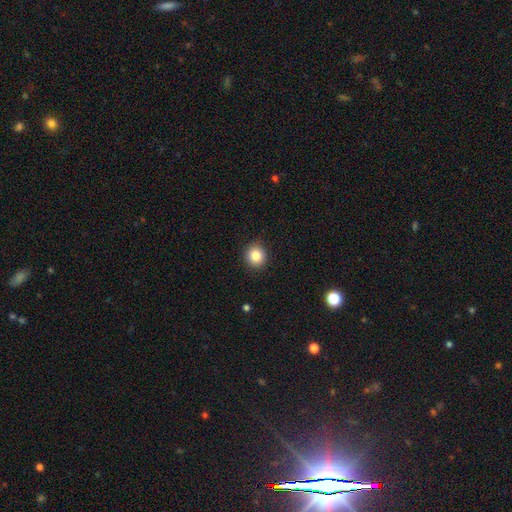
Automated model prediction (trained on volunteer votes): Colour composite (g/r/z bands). It shows a smooth galaxy with no disk features (84%) that is round (88%). Merging: none (90%).